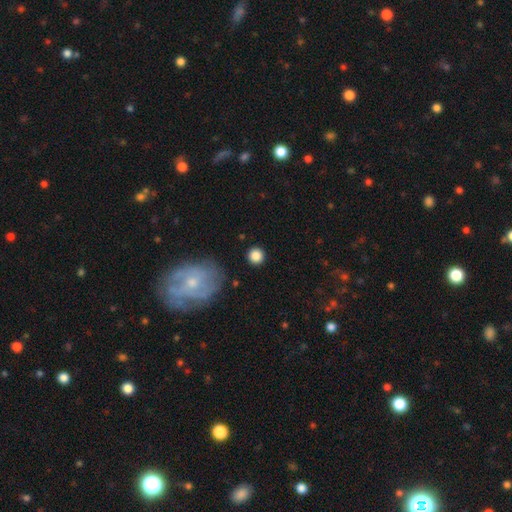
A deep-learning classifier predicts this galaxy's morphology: Smooth or featured? Predicted: smooth (p=0.86). How rounded? Predicted: round (p=0.94). Merging? Predicted: none (p=0.89).